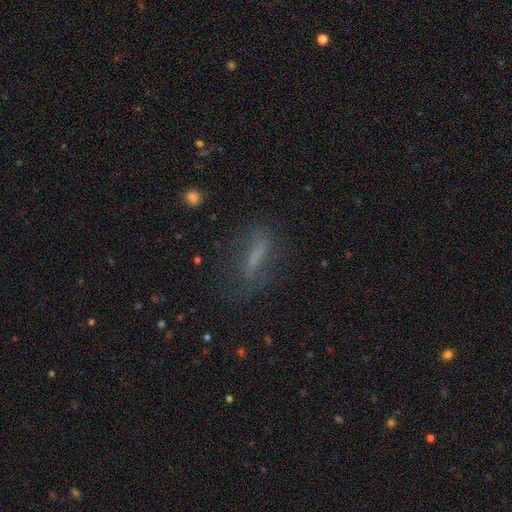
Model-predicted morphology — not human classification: type=smooth (47%); merging=none (65%).